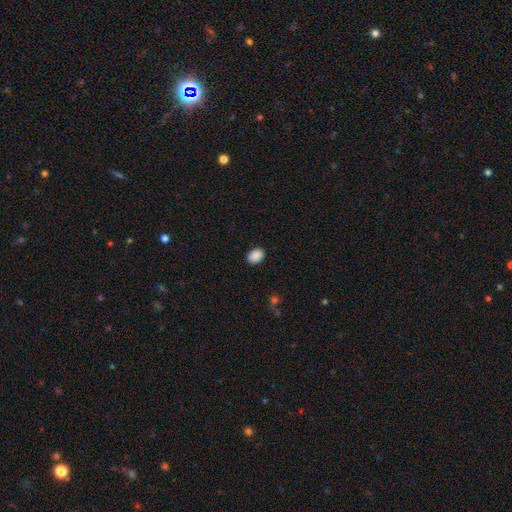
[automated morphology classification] Smooth or featured? smooth (89%)
How rounded? in between (68%)
Merging? none (88%)